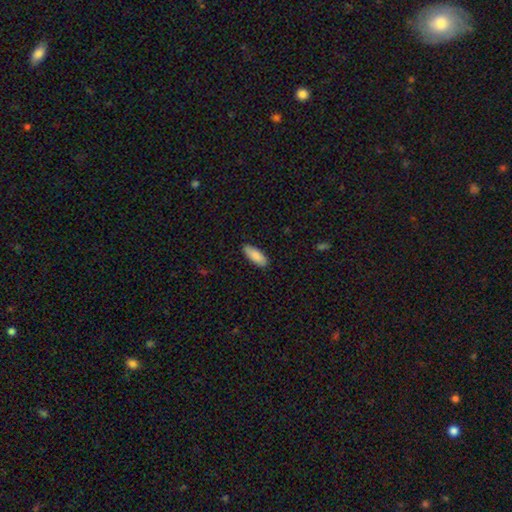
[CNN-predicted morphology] A smooth galaxy with no disk features (90%) that is in between round and cigar-shaped (75%). Merging: none (88%).